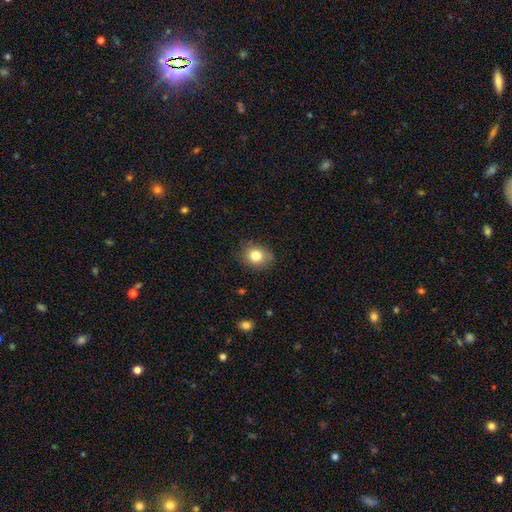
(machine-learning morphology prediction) A smooth galaxy with no disk features (81%) that is round (60%).

Vote fractions:
- Smooth or featured? smooth: 81% / star or artifact: 10% / featured or disk: 9%
- How rounded? round: 60% / in between: 39% / cigar-shaped: 1%
- Merging? none: 82% / minor disturbance: 14% / major disturbance: 3% / merger: 1%